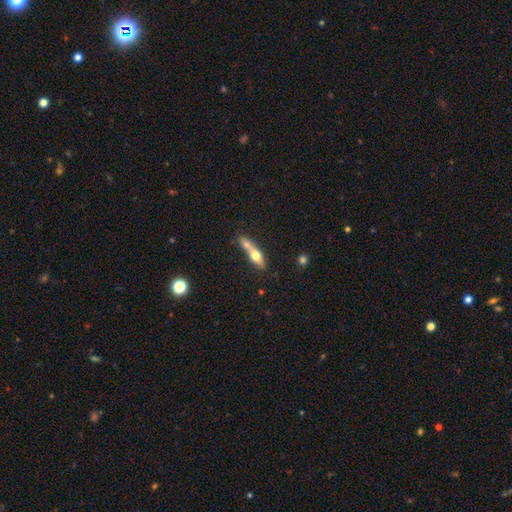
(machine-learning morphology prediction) smooth 56%, featured or disk 37%, star or artifact 7%. Down the decision tree: how rounded — cigar-shaped (53%); merging — merger (51%).